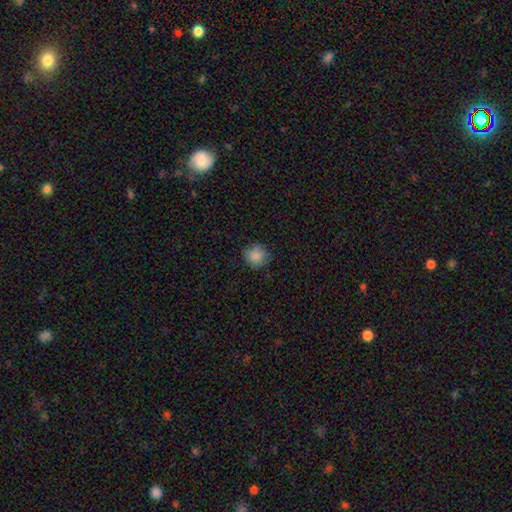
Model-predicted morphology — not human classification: A smooth galaxy with no disk features (85%) that is round (89%).

Vote fractions:
- Smooth or featured? smooth: 85% / star or artifact: 9% / featured or disk: 5%
- How rounded? round: 89% / in between: 10% / cigar-shaped: 1%
- Merging? none: 83% / minor disturbance: 13% / major disturbance: 3% / merger: 1%